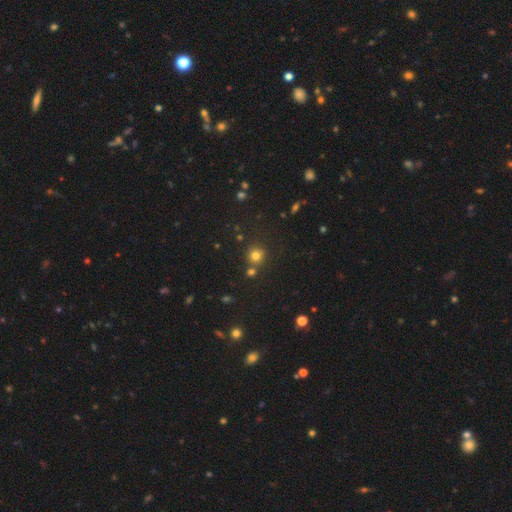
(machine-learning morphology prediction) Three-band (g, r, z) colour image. It shows a smooth galaxy with no disk features (76%) that is round (91%). Merging: none (73%).